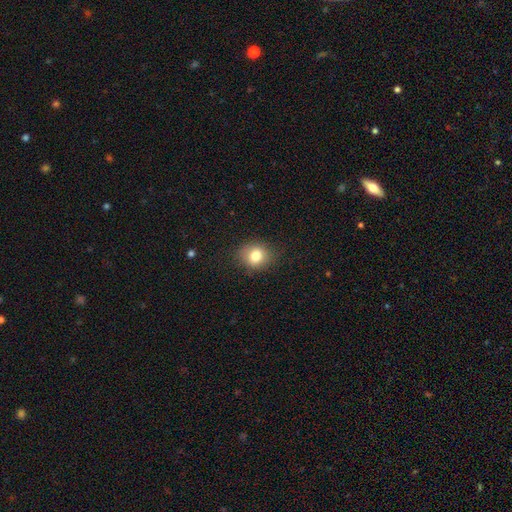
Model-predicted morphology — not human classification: type=smooth (81%); roundness=round (66%); merging=none (82%).